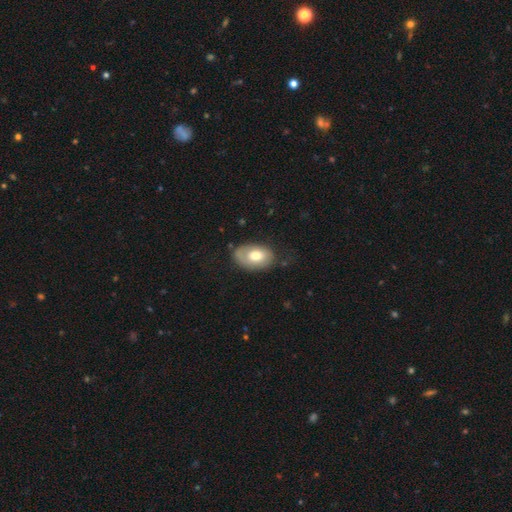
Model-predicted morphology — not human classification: Smooth or featured? smooth (63%)
How rounded? in between (87%)
Merging? none (64%)